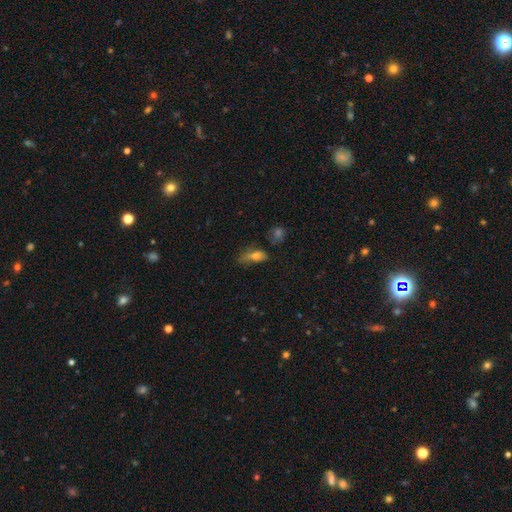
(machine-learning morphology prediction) Overall: smooth (67%). How rounded: in between (73%). Merging: none (37%; minor disturbance 31%).